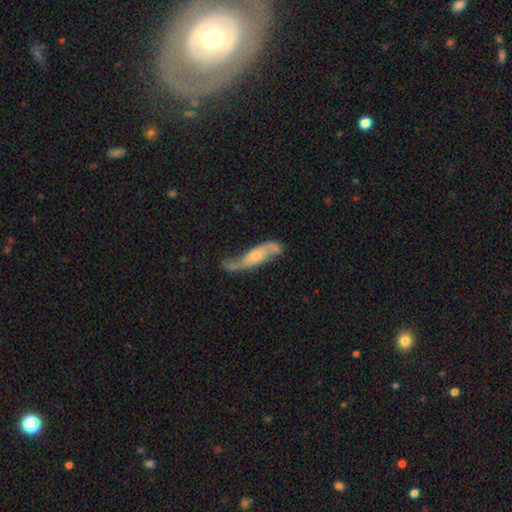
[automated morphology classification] Smooth or featured? Predicted: featured or disk (p=0.69). Edge-on disk? Predicted: no (p=0.83). Bar? Predicted: no (p=0.64). Spiral arms? Predicted: yes (p=0.87). Bulge size? Predicted: small (p=0.51). Merging? Predicted: none (p=0.45).